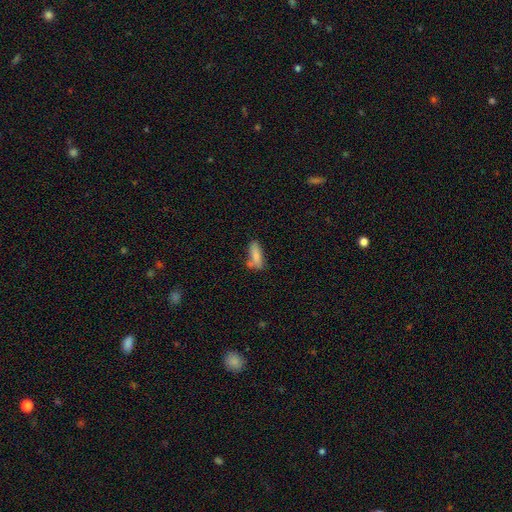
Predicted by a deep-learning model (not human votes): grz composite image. It shows a smooth galaxy with no disk features (80%) that is in between round and cigar-shaped (55%). Merging: none (53%).